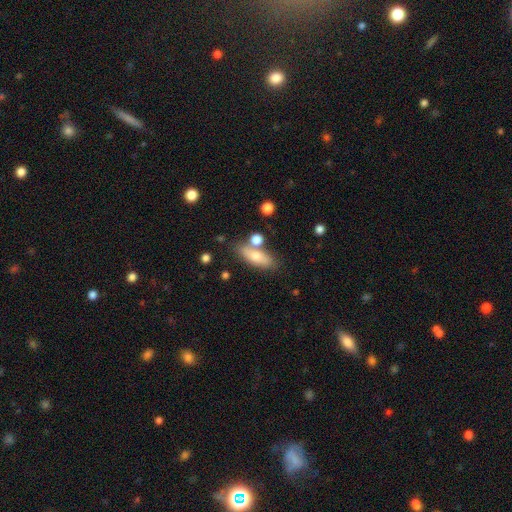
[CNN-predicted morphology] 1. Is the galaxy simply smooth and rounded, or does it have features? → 67% smooth, 25% featured or disk, 8% star or artifact.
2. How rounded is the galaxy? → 63% in between, 33% cigar-shaped, 5% round.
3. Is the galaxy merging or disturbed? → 69% none, 14% minor disturbance, 13% merger, 4% major disturbance.